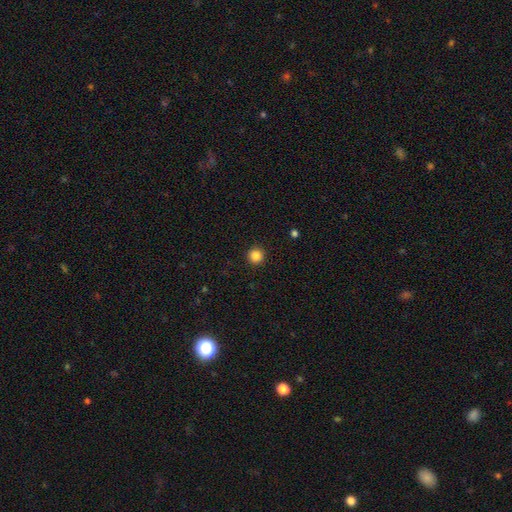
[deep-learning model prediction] Smooth or featured: smooth — 86% (star or artifact — 11%)
How rounded: round — 96% (in between — 3%)
Merging: none — 93% (minor disturbance — 5%)